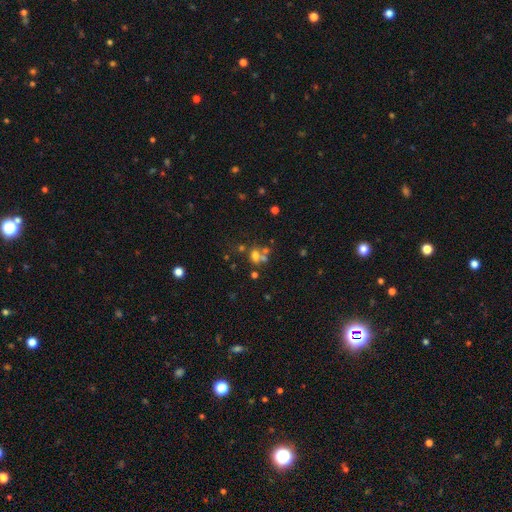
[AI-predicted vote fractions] The model was most divided on "merging": merger: 42%, none: 40%, minor disturbance: 10%, major disturbance: 8%. More confident: how rounded — round (58%); smooth or featured — smooth (55%).